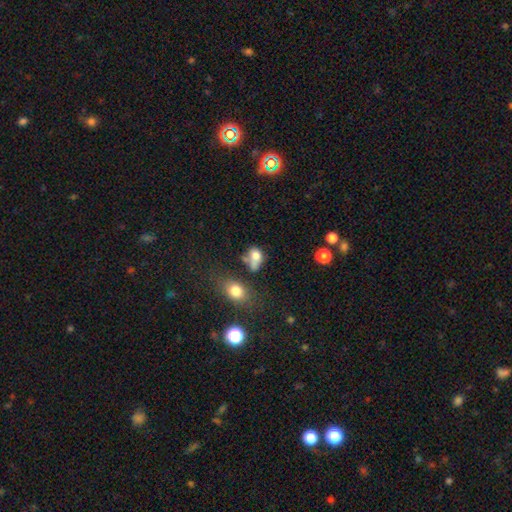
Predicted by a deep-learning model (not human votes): This appears to be a smooth galaxy with no disk features (73%) that is in between round and cigar-shaped (63%). Merging: merger (34%).